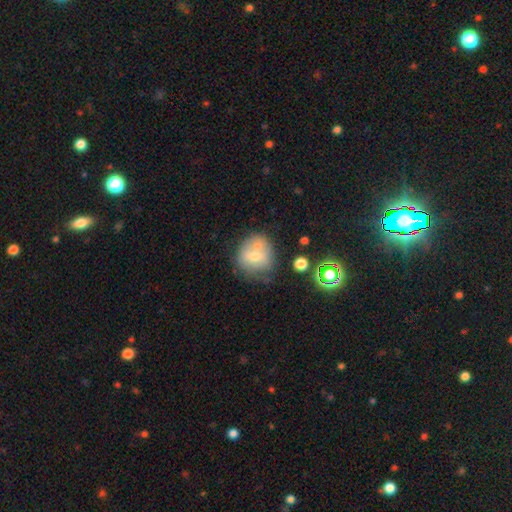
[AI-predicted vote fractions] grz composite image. It shows a smooth galaxy with no disk features (63%) that is round (81%). Merging: none (45%).